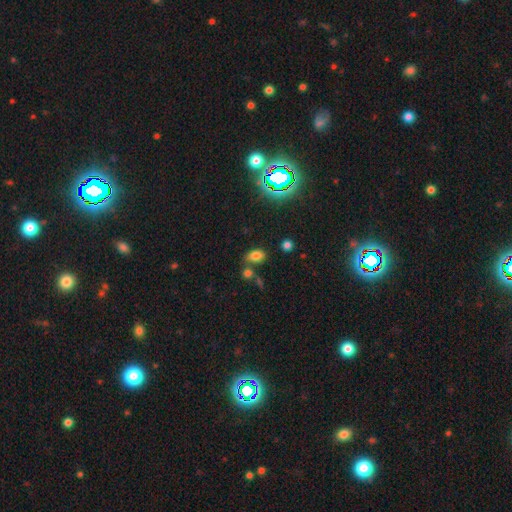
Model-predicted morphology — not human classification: Overall: smooth (74%). How rounded: in between (84%). Merging: none (67%).